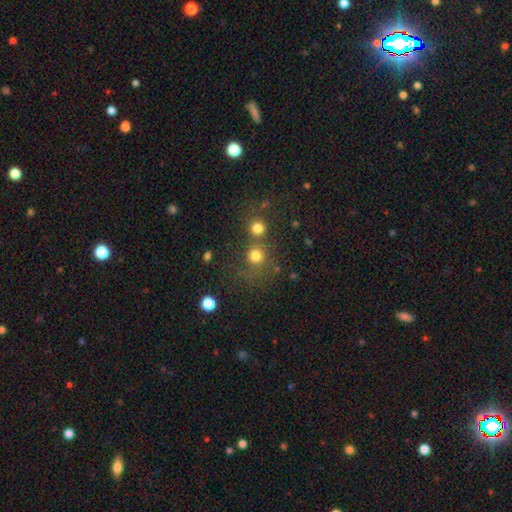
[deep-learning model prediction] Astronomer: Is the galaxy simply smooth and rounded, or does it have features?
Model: smooth — 77%.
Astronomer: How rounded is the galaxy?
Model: round — 90%.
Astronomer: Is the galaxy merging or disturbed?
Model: none — 58%.